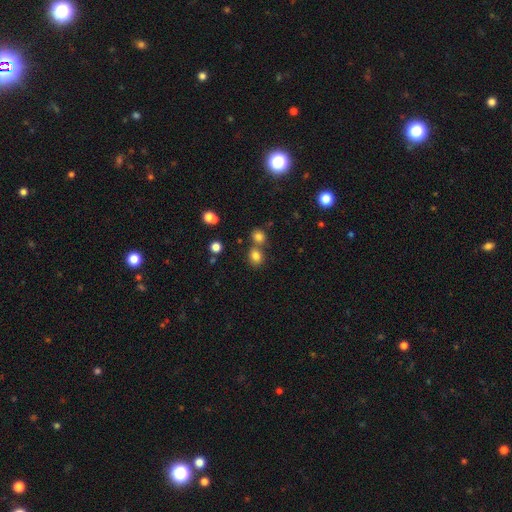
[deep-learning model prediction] Q: Smooth or featured?
A: smooth (79%); runner-up: star or artifact (14%)
Q: How rounded?
A: round (74%); runner-up: in between (25%)
Q: Merging?
A: none (62%); runner-up: merger (27%)